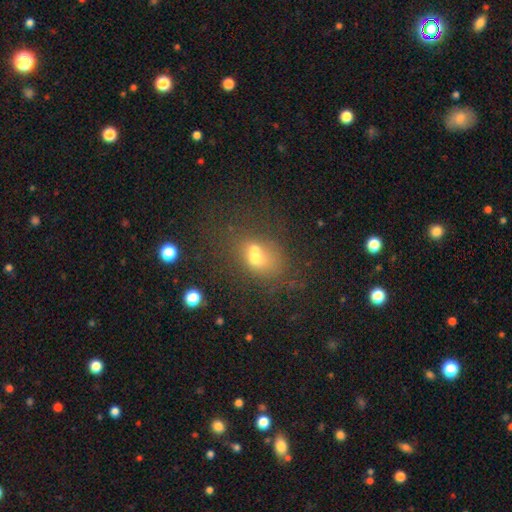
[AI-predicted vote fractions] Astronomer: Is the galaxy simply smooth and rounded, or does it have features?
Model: smooth — 58%.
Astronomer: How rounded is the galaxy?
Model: round — 50% (runner-up: in between, 48%).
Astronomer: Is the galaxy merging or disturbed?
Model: merger — 50% (runner-up: none, 33%).